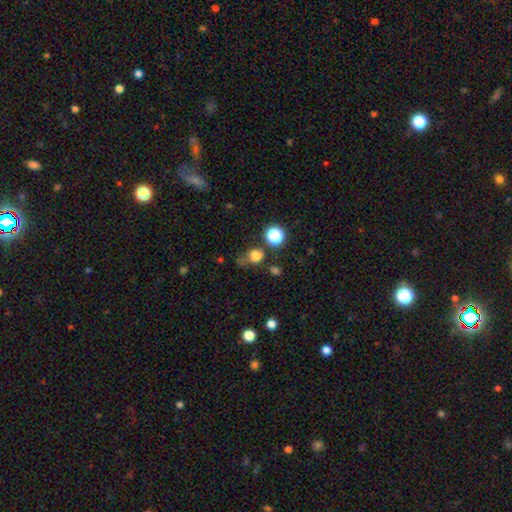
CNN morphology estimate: smooth_or_featured: smooth (p=0.74) [alt: star or artifact p=0.19]
how_rounded: round (p=0.69) [alt: in between p=0.30]
merging: none (p=0.51) [alt: minor disturbance p=0.23]